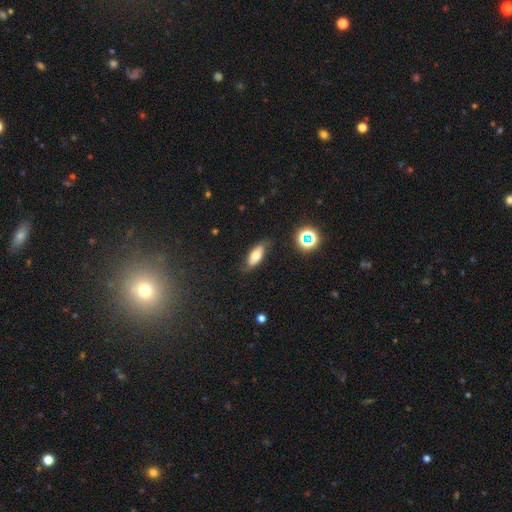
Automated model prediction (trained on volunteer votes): A smooth galaxy with no disk features (62%) that is in between round and cigar-shaped (77%).

Vote fractions:
- Smooth or featured? smooth: 62% / featured or disk: 28% / star or artifact: 10%
- How rounded? in between: 77% / cigar-shaped: 19% / round: 4%
- Merging? none: 74% / minor disturbance: 19% / major disturbance: 5% / merger: 2%